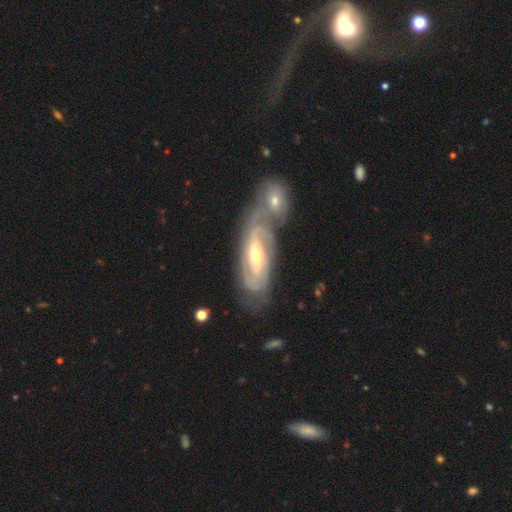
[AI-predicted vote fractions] Morphology: type=featured or disk (84%); edge-on=no (91%); bar=weak (44%); spiral arms=yes (94%); winding=tight (52%); arm count=2 (56%); bulge=moderate (52%); merging=none (41%).